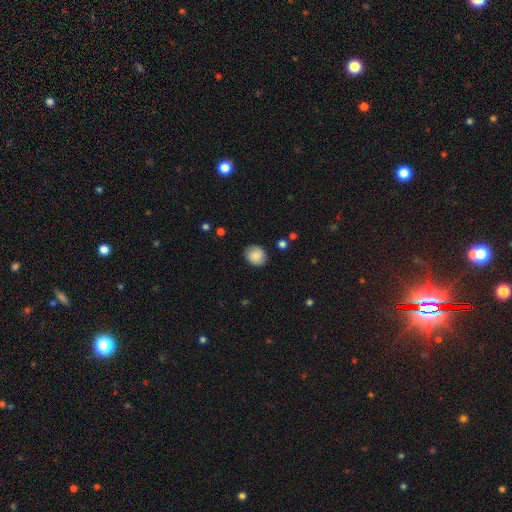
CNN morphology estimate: This is clearly a smooth galaxy (83%). How rounded: likely round (71%). Merging: clearly none (85%).